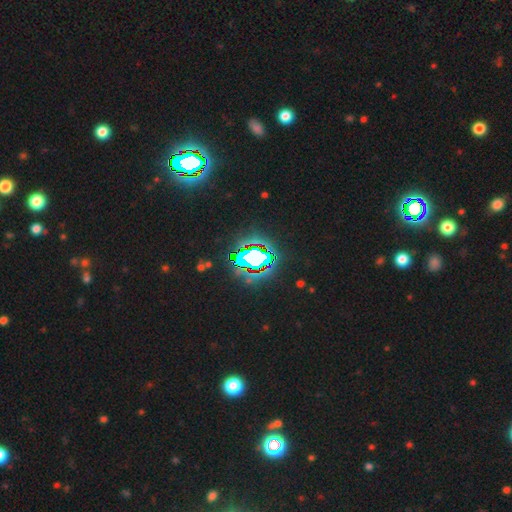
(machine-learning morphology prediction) Overall: star or artifact (71%).